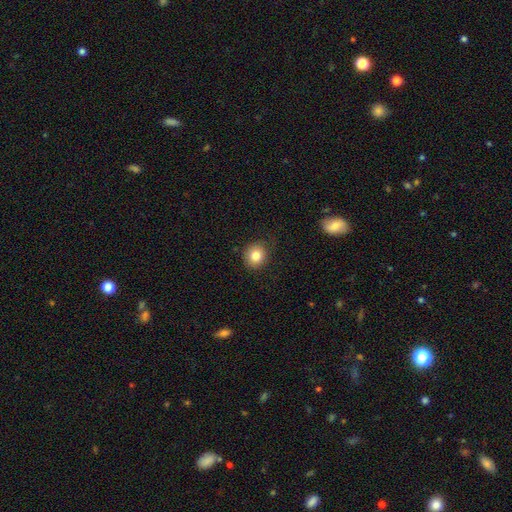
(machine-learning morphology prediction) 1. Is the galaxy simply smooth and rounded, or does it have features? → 82% smooth, 10% star or artifact, 8% featured or disk.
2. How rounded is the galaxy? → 86% round, 13% in between, 1% cigar-shaped.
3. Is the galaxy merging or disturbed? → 82% none, 13% minor disturbance, 3% major disturbance, 1% merger.